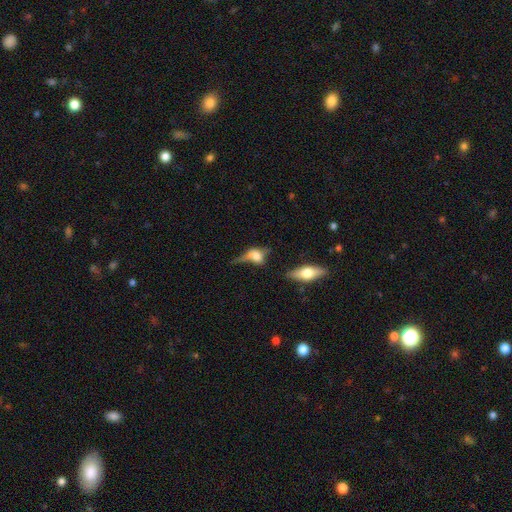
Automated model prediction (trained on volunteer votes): Overall: smooth (55%; featured or disk 34%). How rounded: in between (62%; round 28%). Merging: major disturbance (33%; none 28%).